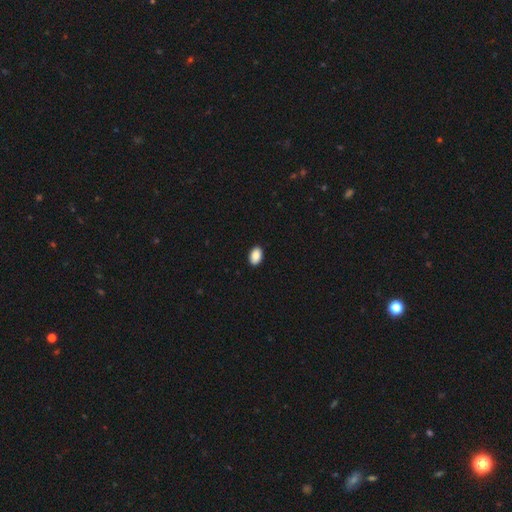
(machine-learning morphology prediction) A smooth galaxy with no disk features (89%) that is in between round and cigar-shaped (91%). Merging: none (90%).